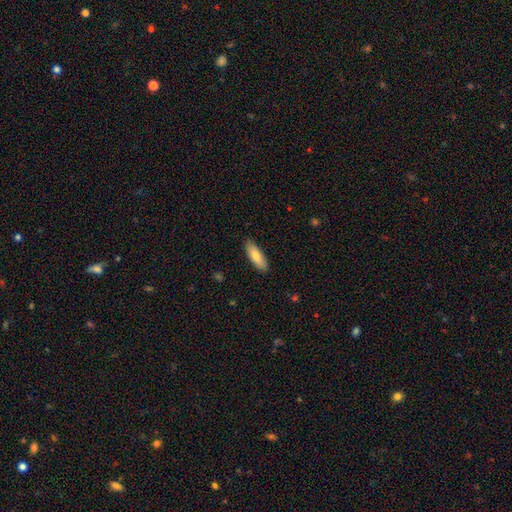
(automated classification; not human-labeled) The model was most divided on "how rounded": in between: 62%, cigar-shaped: 36%, round: 2%. More confident: merging — none (87%); smooth or featured — smooth (78%).